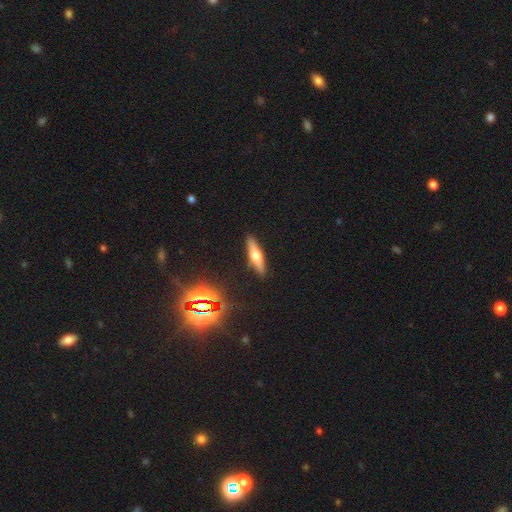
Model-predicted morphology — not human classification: Smooth or featured: featured or disk — 47% (smooth — 43%)
Merging: none — 90% (minor disturbance — 7%)